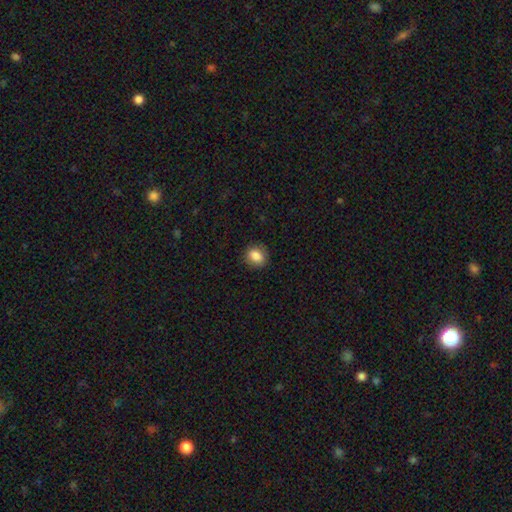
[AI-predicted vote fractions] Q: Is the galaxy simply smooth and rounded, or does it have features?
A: smooth — 85%.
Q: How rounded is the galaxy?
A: round — 53%.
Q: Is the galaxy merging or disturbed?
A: none — 86%.